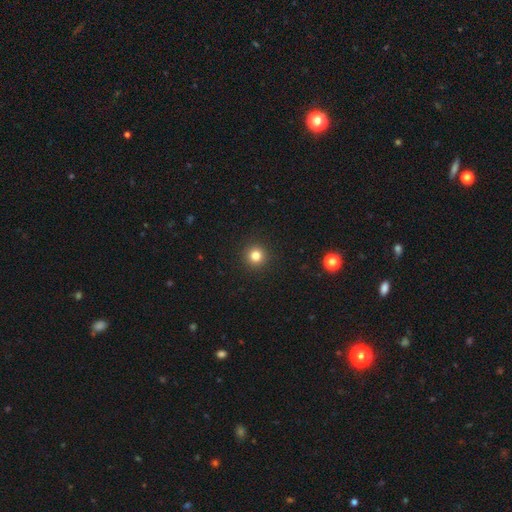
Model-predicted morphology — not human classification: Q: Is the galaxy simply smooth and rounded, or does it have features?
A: smooth — 81%.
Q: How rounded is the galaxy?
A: round — 95%.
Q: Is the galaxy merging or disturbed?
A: none — 93%.